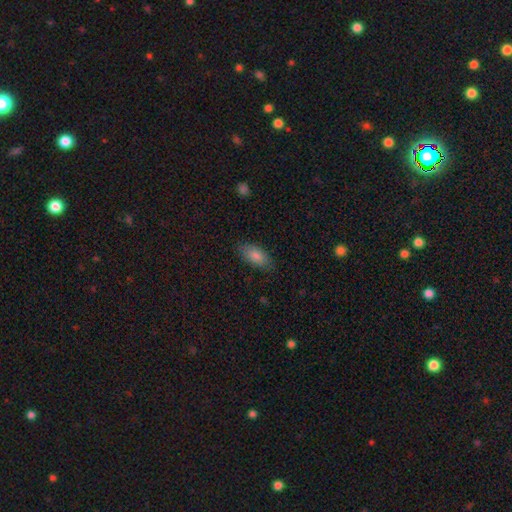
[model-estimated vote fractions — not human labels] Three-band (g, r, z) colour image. It shows a smooth galaxy with no disk features (85%) that is in between round and cigar-shaped (89%). Merging: none (82%).